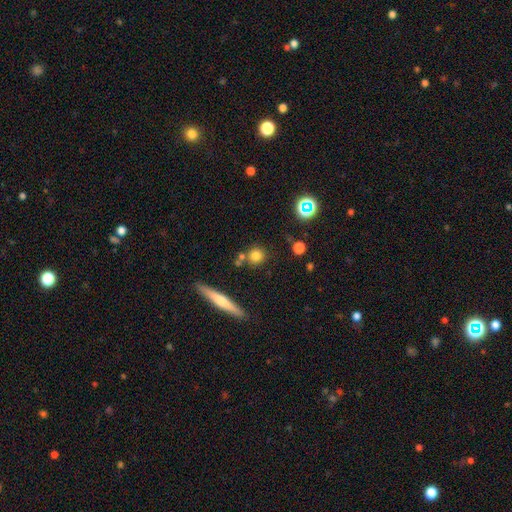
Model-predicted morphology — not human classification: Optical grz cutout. It shows a smooth galaxy with no disk features (76%) that is round (88%). Merging: none (75%).